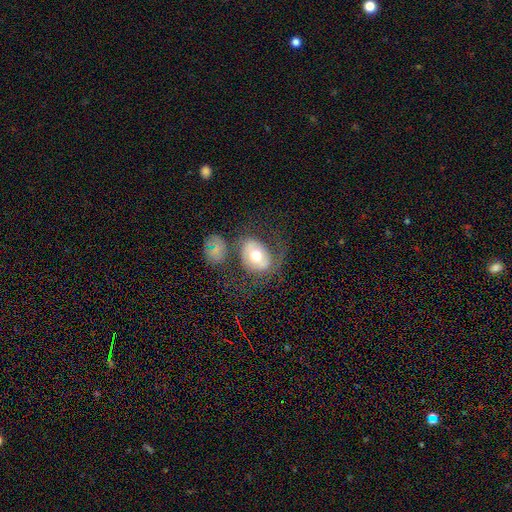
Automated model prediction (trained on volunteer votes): This is possibly a smooth galaxy (50%). How rounded: possibly in between (56%). Merging: marginally none (42%).